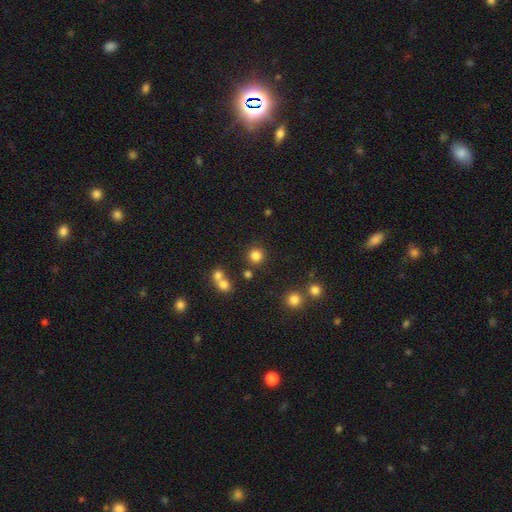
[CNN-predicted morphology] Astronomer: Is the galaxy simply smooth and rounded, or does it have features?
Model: smooth — 82%.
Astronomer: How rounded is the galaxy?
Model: round — 94%.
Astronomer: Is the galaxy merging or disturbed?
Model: none — 83%.